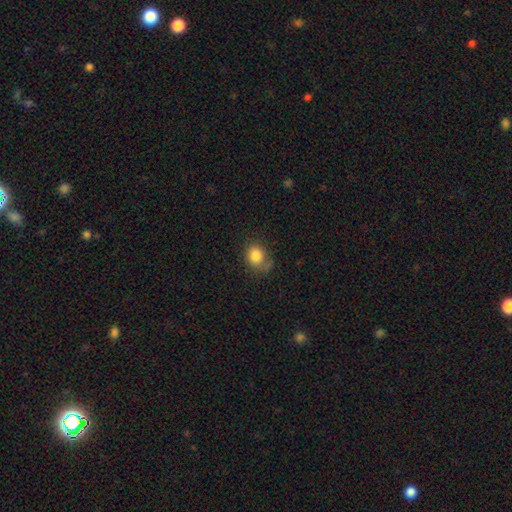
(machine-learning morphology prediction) Smooth or featured: smooth — 84% (star or artifact — 9%)
How rounded: round — 59% (in between — 40%)
Merging: none — 55% (minor disturbance — 28%)